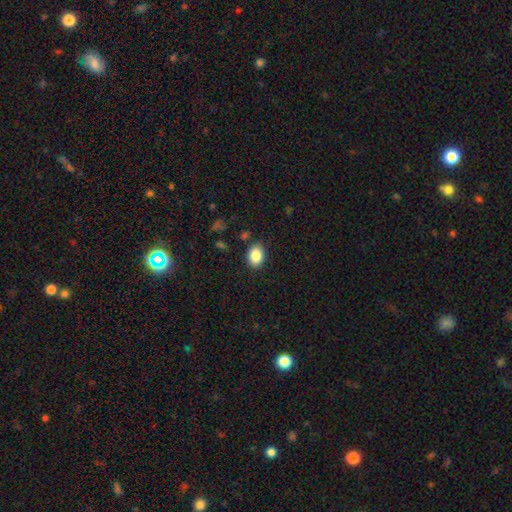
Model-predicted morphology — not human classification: A smooth galaxy with no disk features (87%) that is in between round and cigar-shaped (75%).

Vote fractions:
- Smooth or featured? smooth: 87% / star or artifact: 8% / featured or disk: 5%
- How rounded? in between: 75% / round: 24% / cigar-shaped: 1%
- Merging? none: 85% / minor disturbance: 10% / major disturbance: 3% / merger: 2%